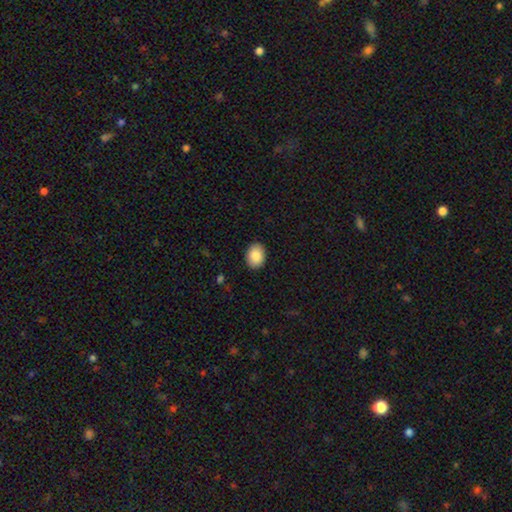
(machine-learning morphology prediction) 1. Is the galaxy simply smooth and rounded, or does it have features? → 88% smooth, 7% star or artifact, 5% featured or disk.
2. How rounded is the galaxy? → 69% in between, 30% round, 1% cigar-shaped.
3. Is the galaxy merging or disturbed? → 90% none, 7% minor disturbance, 2% major disturbance, 1% merger.